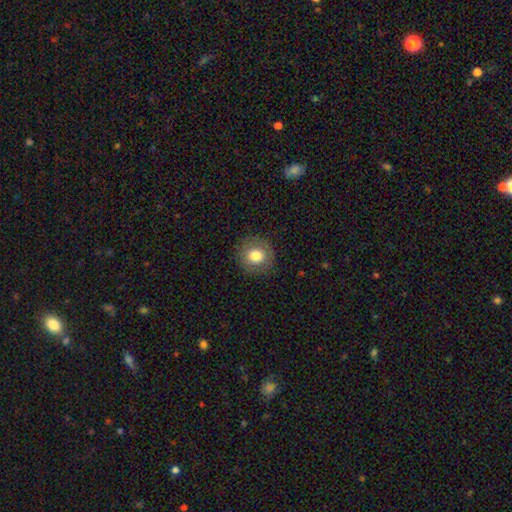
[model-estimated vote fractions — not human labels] Q: Smooth or featured?
A: smooth (77%); runner-up: featured or disk (13%)
Q: How rounded?
A: round (90%); runner-up: in between (9%)
Q: Merging?
A: none (88%); runner-up: minor disturbance (8%)